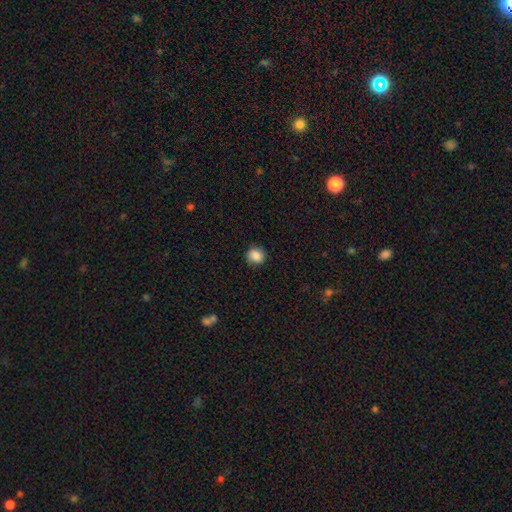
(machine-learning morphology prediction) Overall: smooth (85%). How rounded: round (82%). Merging: none (84%).